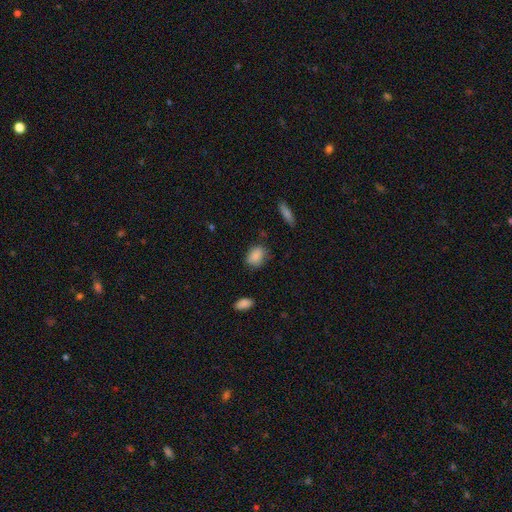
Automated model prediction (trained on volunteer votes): The model was most divided on "merging": none: 70%, minor disturbance: 22%, major disturbance: 5%, merger: 2%. More confident: smooth or featured — smooth (86%); how rounded — in between (74%).